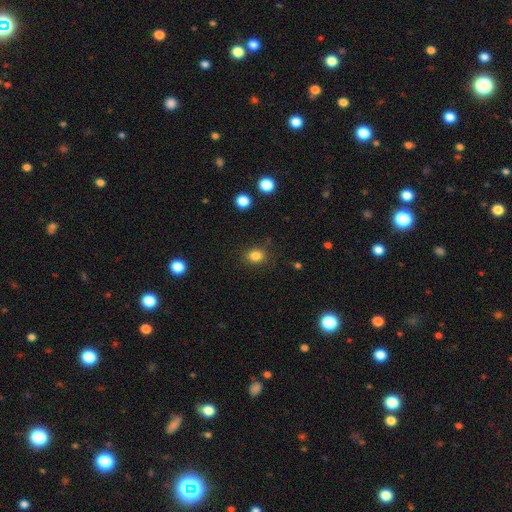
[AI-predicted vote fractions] This appears to be a smooth galaxy with no disk features (84%) that is round (61%). Merging: none (85%).